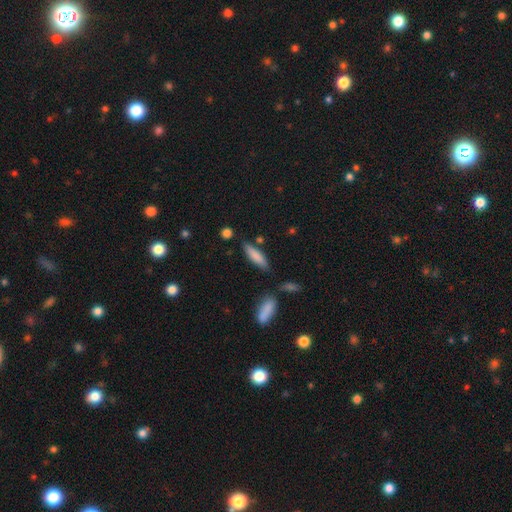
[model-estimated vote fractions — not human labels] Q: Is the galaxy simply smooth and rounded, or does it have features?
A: smooth — 81%.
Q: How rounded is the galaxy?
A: cigar-shaped — 65%.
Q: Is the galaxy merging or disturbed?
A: none — 75%.